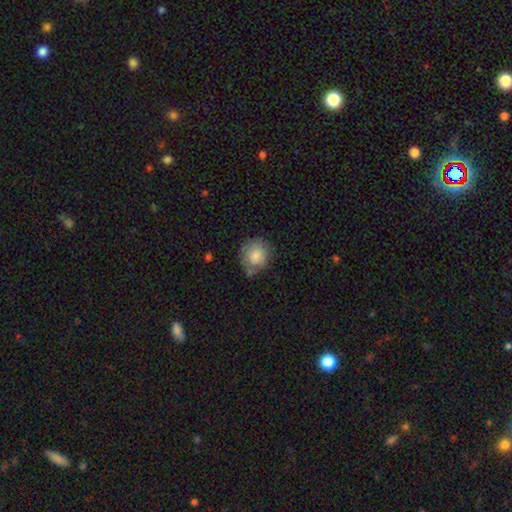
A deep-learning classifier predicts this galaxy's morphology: Smooth or featured?
  - smooth: 82% *
  - featured or disk: 10%
  - star or artifact: 8%
How rounded?
  - round: 86% *
  - in between: 13%
  - cigar-shaped: 1%
Merging?
  - none: 61% *
  - minor disturbance: 26%
  - merger: 7%
  - major disturbance: 6%